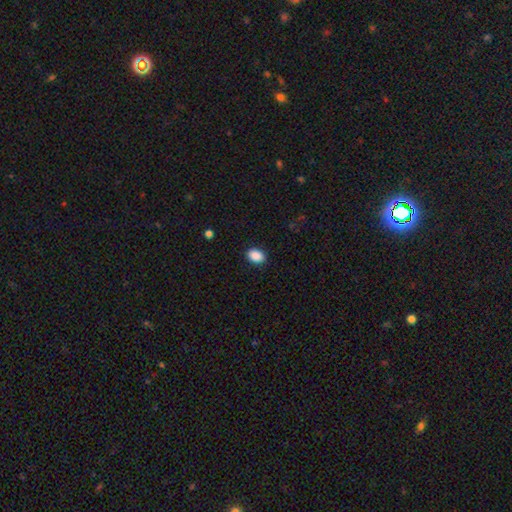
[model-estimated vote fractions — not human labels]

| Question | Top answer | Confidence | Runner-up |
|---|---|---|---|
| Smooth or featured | smooth | 90% | star or artifact (8%) |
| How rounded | in between | 78% | round (21%) |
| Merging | none | 89% | minor disturbance (8%) |